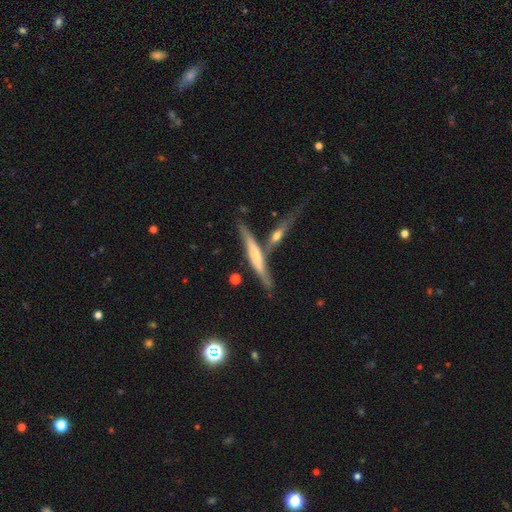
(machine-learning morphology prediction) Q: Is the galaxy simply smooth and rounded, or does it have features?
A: featured or disk — 59%.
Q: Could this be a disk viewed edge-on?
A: yes — 91%.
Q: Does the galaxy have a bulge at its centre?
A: rounded — 58%.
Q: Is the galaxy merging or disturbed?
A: none — 59%.